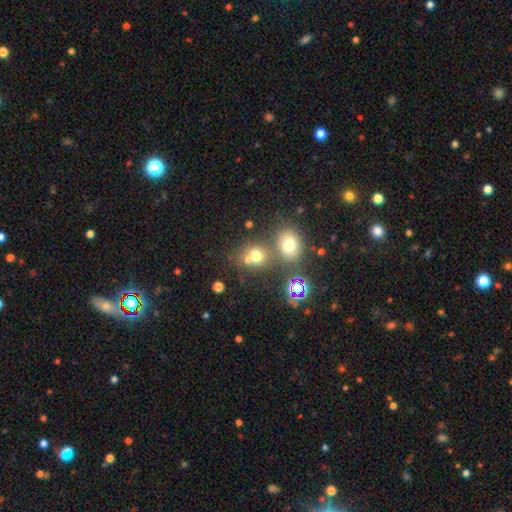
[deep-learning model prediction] Smooth or featured: smooth — 64% (star or artifact — 24%)
How rounded: round — 71% (in between — 28%)
Merging: none — 50% (merger — 35%)